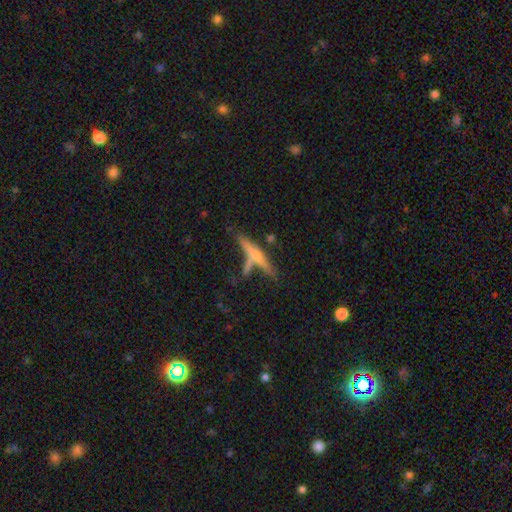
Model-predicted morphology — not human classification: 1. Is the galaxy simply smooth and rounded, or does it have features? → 52% featured or disk, 40% smooth, 8% star or artifact.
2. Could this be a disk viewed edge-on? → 90% yes, 10% no.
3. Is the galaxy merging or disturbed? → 57% none, 23% merger, 14% minor disturbance, 6% major disturbance.